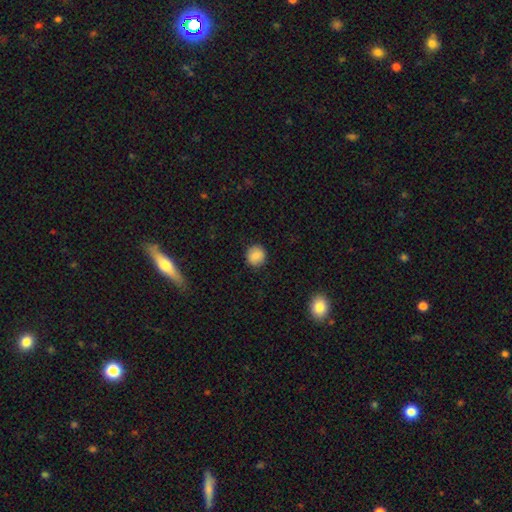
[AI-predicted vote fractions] smooth 86%, star or artifact 9%, featured or disk 5%. Down the decision tree: how rounded — round (89%); merging — none (90%).